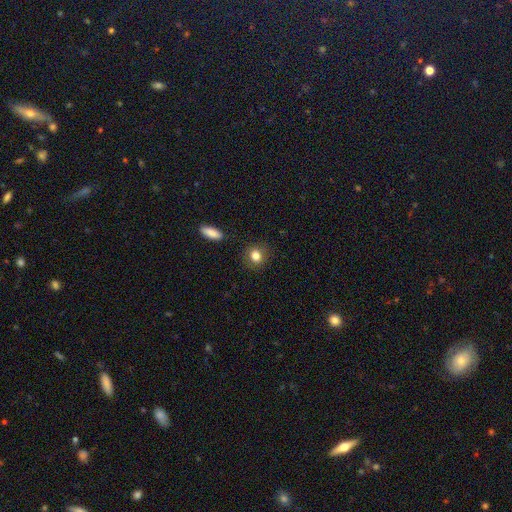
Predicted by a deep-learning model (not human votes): smooth-or-featured: smooth: 82% | star or artifact: 10% | featured or disk: 8%
  how-rounded: round: 74% | in between: 25% | cigar-shaped: 1%
  merging: none: 86% | minor disturbance: 10% | major disturbance: 3% | merger: 2%